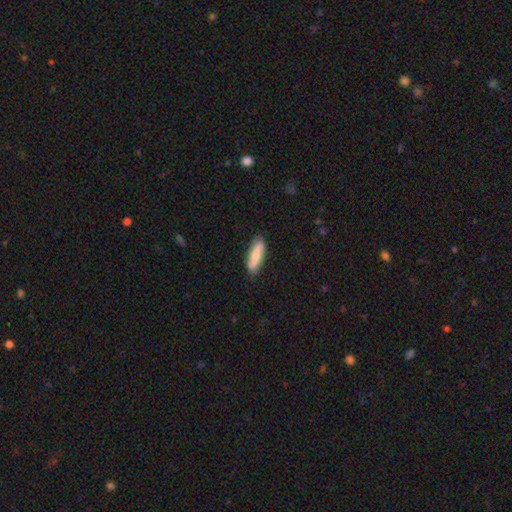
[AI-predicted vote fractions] Overall: smooth (55%; featured or disk 40%). How rounded: cigar-shaped (56%; in between 41%). Merging: none (85%).